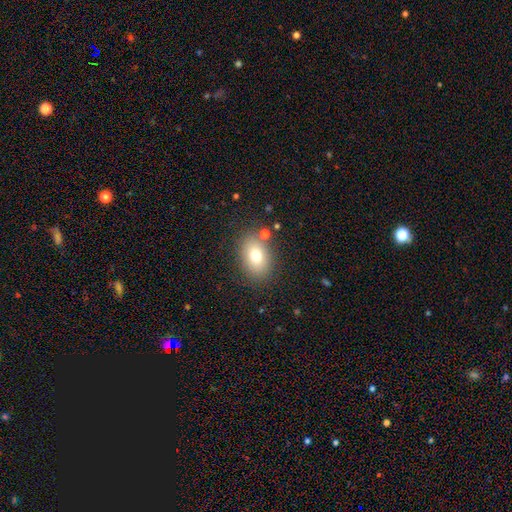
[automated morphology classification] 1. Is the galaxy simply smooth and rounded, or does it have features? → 76% smooth, 14% featured or disk, 10% star or artifact.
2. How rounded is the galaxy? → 79% in between, 20% round, 1% cigar-shaped.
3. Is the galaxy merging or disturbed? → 81% none, 11% minor disturbance, 4% merger, 4% major disturbance.